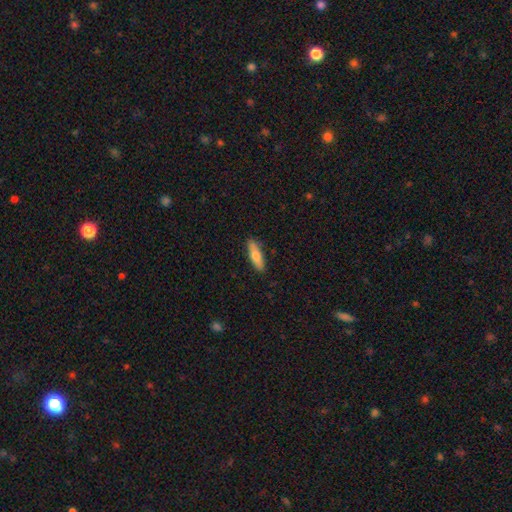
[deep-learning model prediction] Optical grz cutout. It shows a smooth galaxy with no disk features (69%) that is cigar-shaped (59%). Merging: none (87%).